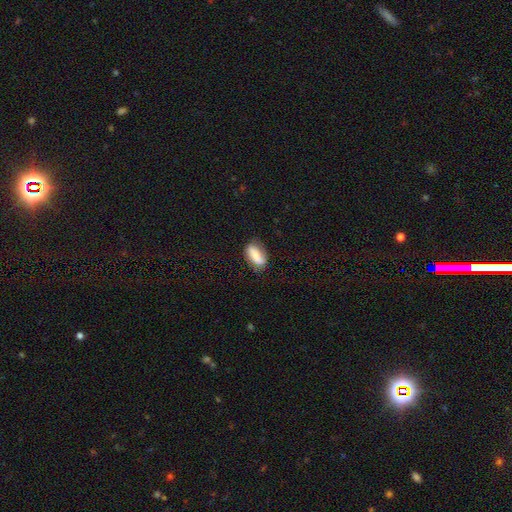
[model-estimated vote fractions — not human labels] Q: Smooth or featured?
A: smooth (62%); runner-up: featured or disk (30%)
Q: How rounded?
A: in between (87%); runner-up: cigar-shaped (7%)
Q: Merging?
A: none (68%); runner-up: minor disturbance (23%)